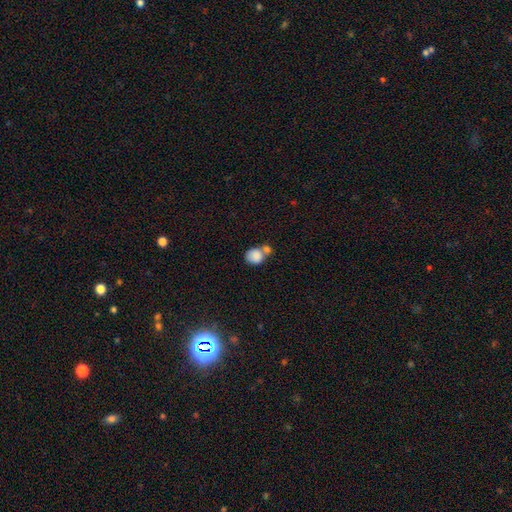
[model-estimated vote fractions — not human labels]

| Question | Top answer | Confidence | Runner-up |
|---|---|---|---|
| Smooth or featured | smooth | 84% | star or artifact (8%) |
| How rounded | round | 71% | in between (28%) |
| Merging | merger | 48% | none (36%) |